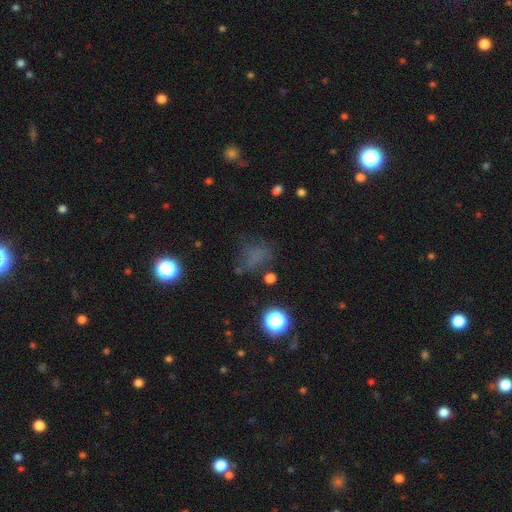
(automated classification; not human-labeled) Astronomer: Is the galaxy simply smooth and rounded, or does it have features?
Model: smooth — 52% (runner-up: star or artifact, 29%).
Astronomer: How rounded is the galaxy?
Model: round — 50% (runner-up: in between, 47%).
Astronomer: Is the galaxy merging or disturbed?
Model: none — 53%.